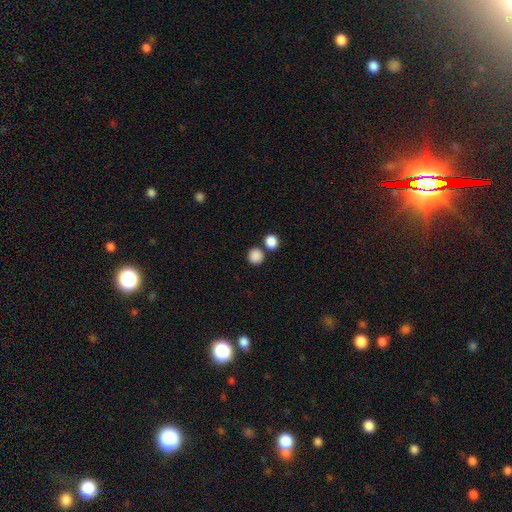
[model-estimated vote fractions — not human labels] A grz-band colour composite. It shows a smooth galaxy with no disk features (87%) that is round (89%). Merging: none (73%).